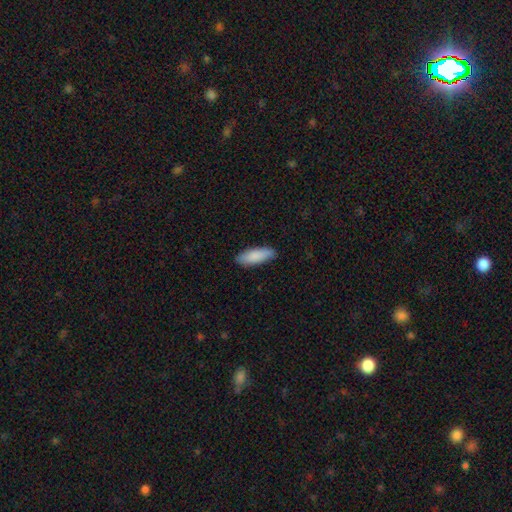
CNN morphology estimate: Smooth or featured? Predicted: smooth (p=0.88). How rounded? Predicted: in between (p=0.62). Merging? Predicted: none (p=0.86).